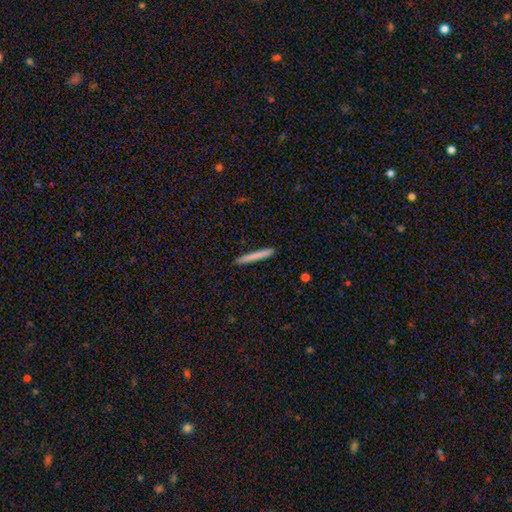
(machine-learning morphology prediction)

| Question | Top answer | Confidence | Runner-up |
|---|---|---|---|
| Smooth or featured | smooth | 77% | featured or disk (17%) |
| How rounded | cigar-shaped | 97% | in between (2%) |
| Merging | none | 92% | minor disturbance (6%) |